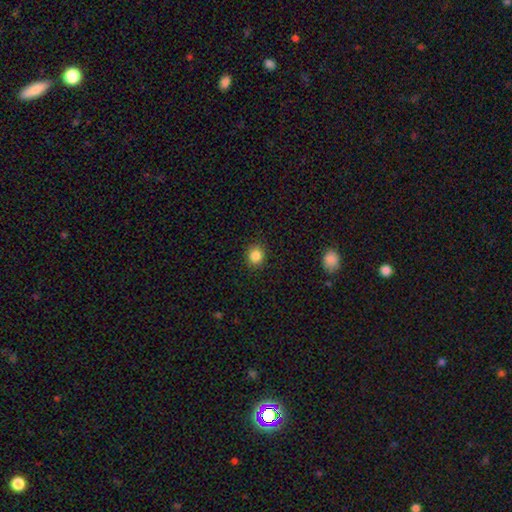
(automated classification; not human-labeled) Overall: smooth (86%). How rounded: round (78%). Merging: none (90%).